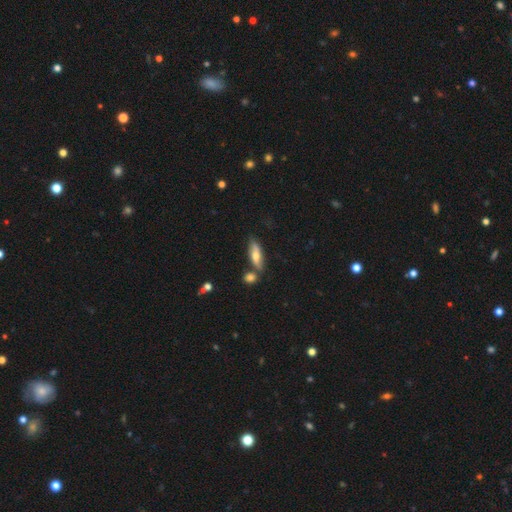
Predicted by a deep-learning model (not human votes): Smooth or featured?
  - smooth: 58% *
  - featured or disk: 34%
  - star or artifact: 7%
How rounded?
  - in between: 51% *
  - cigar-shaped: 46%
  - round: 3%
Merging?
  - none: 65% *
  - minor disturbance: 16%
  - merger: 15%
  - major disturbance: 4%